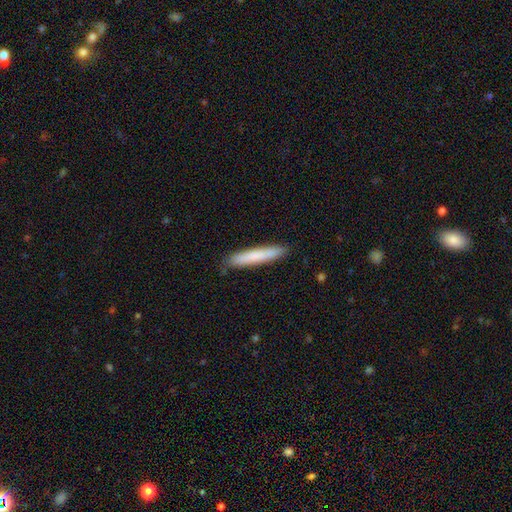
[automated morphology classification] smooth_or_featured: smooth (p=0.76) [alt: featured or disk p=0.19]
how_rounded: cigar-shaped (p=0.93) [alt: in between p=0.06]
merging: none (p=0.87) [alt: minor disturbance p=0.10]